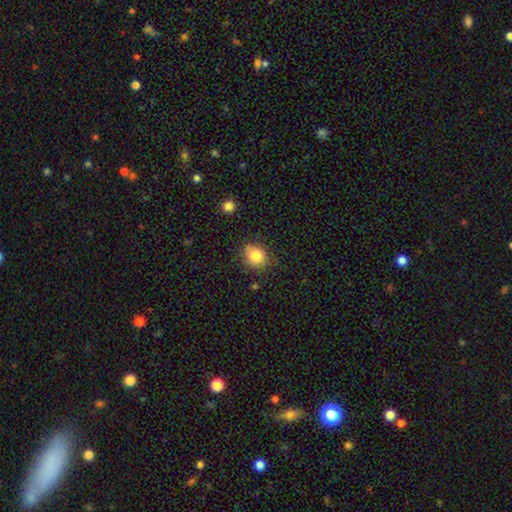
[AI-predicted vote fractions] A smooth galaxy with no disk features (82%) that is round (75%). Merging: none (76%).